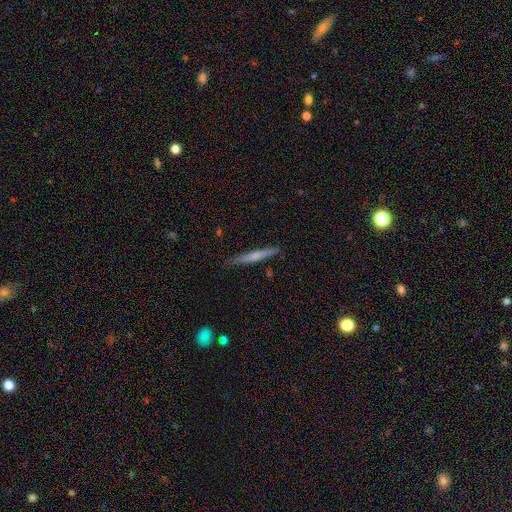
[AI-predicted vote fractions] A smooth galaxy with no disk features (50%) that is cigar-shaped (96%).

Vote fractions:
- Smooth or featured? smooth: 50% / featured or disk: 44% / star or artifact: 6%
- How rounded? cigar-shaped: 96% / in between: 3% / round: 1%
- Merging? none: 87% / minor disturbance: 10% / major disturbance: 2% / merger: 1%